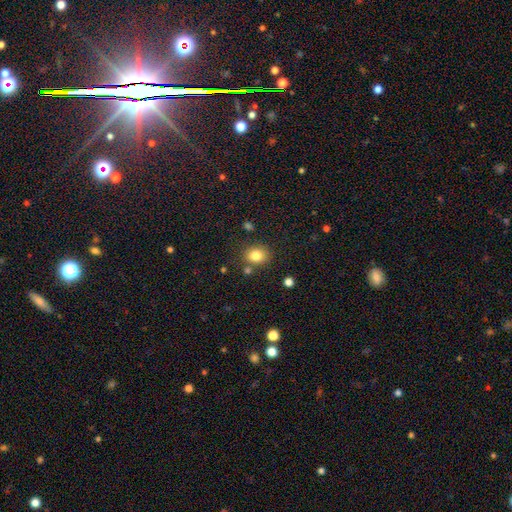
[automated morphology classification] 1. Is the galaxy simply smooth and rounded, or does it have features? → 81% smooth, 11% star or artifact, 8% featured or disk.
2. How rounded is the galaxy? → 61% round, 38% in between, 1% cigar-shaped.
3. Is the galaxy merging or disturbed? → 78% none, 11% minor disturbance, 7% merger, 3% major disturbance.